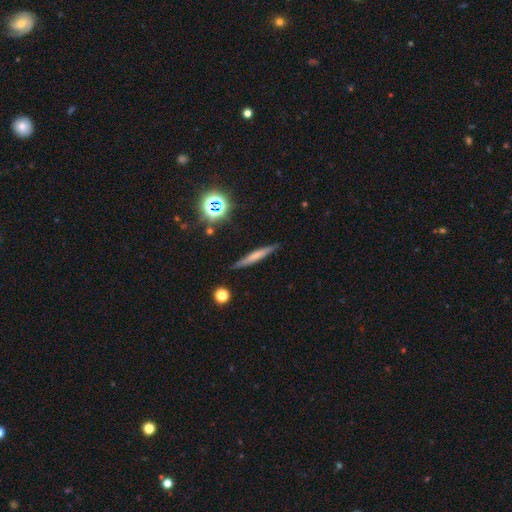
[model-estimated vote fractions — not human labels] A smooth galaxy with no disk features (54%) that is cigar-shaped (93%). Merging: none (88%).